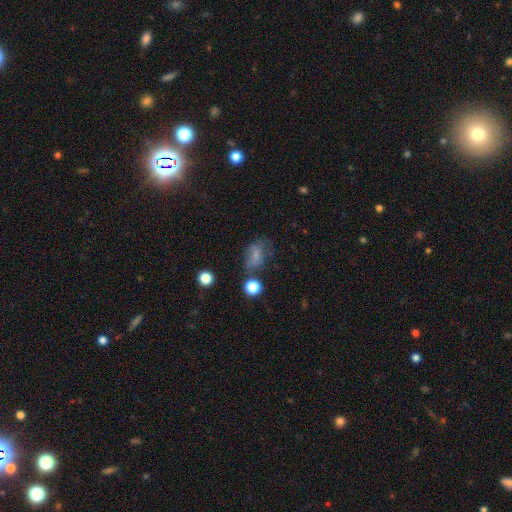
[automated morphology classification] A smooth galaxy with no disk features (65%) that is in between round and cigar-shaped (76%). Merging: none (42%).